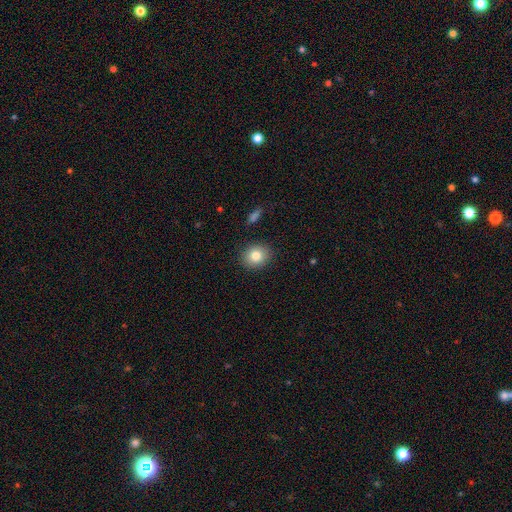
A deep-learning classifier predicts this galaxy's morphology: smooth 82%, star or artifact 9%, featured or disk 9%. Down the decision tree: how rounded — round (66%); merging — none (89%).